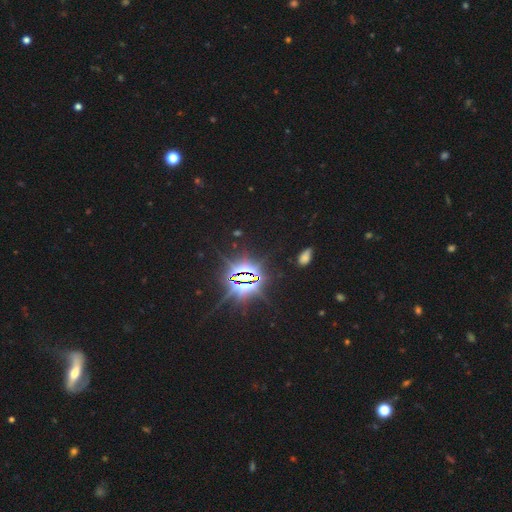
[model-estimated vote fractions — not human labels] Smooth or featured? Predicted: star or artifact (p=0.83).